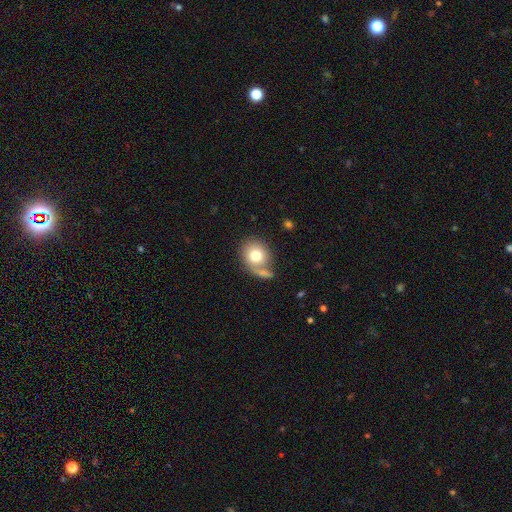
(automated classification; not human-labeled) Overall: smooth (75%). How rounded: round (72%). Merging: none (52%; merger 23%).